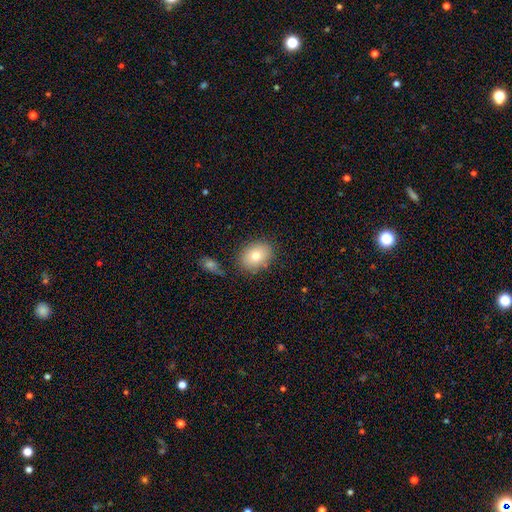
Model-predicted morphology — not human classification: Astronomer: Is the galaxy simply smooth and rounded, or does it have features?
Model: smooth — 78%.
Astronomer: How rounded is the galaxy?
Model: in between — 68%.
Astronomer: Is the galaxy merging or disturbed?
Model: none — 80%.